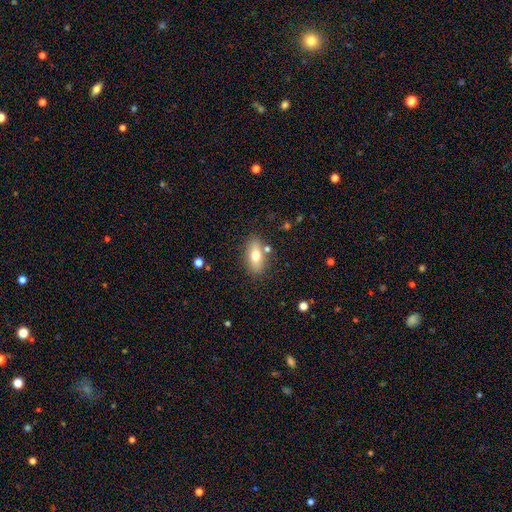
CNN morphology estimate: A smooth galaxy with no disk features (70%) that is in between round and cigar-shaped (82%). Merging: none (80%).